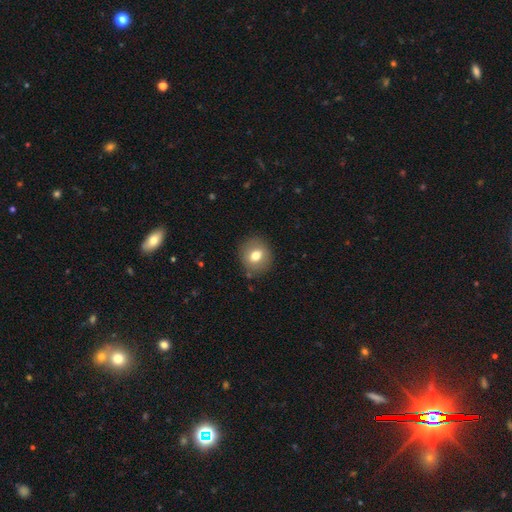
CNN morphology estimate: This is likely a smooth galaxy (73%). How rounded: likely round (77%). Merging: clearly none (86%).